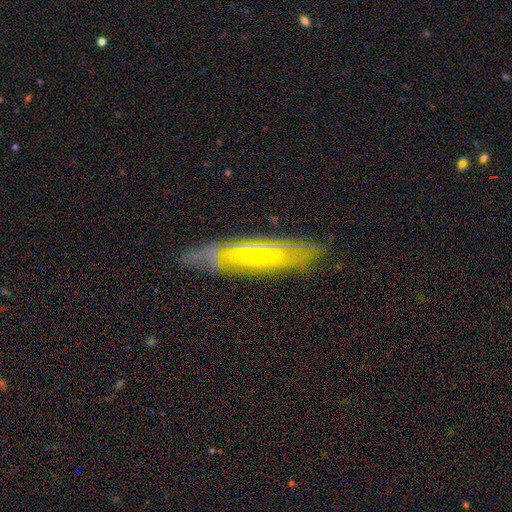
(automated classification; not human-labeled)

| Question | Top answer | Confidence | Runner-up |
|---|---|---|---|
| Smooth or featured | featured or disk | 74% | smooth (16%) |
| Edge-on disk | no | 65% | yes (35%) |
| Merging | none | 82% | minor disturbance (13%) |